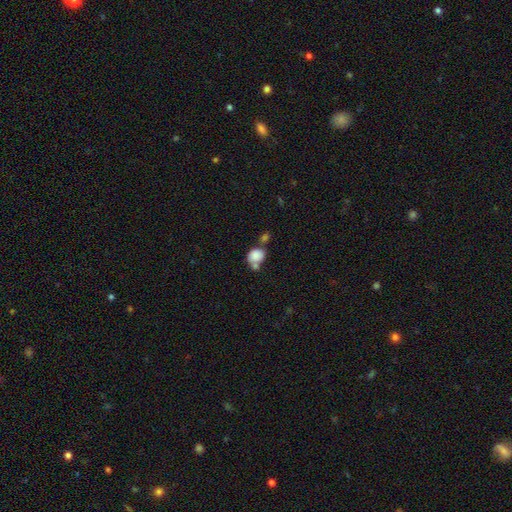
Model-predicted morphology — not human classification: Smooth or featured? smooth (82%)
How rounded? round (64%)
Merging? merger (42%)